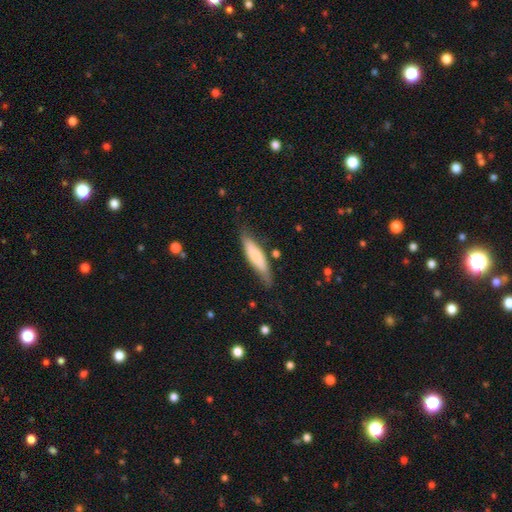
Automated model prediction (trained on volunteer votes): Morphology: type=smooth (68%); roundness=cigar-shaped (67%); merging=none (70%).